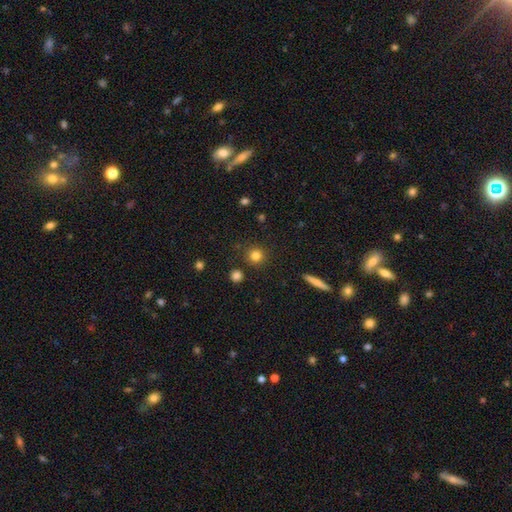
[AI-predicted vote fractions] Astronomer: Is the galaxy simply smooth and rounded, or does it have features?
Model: smooth — 82%.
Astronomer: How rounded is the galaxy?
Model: round — 93%.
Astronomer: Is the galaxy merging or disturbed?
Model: none — 88%.